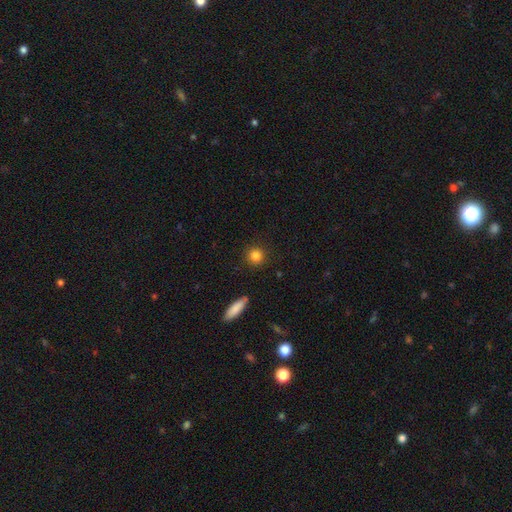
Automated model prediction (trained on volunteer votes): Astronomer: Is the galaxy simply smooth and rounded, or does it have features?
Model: smooth — 84%.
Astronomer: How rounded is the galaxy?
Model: round — 91%.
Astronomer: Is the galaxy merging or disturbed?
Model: none — 89%.